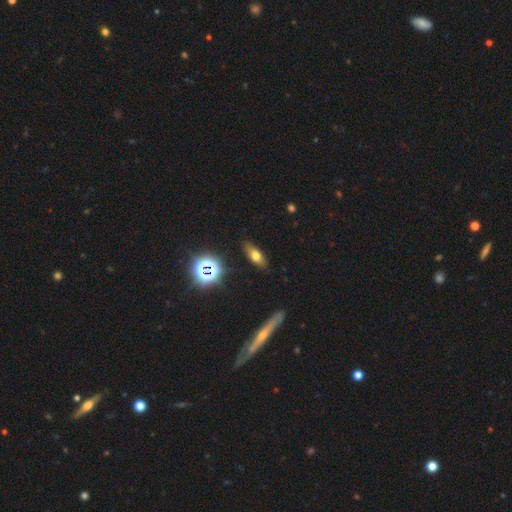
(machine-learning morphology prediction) A smooth galaxy with no disk features (60%) that is in between round and cigar-shaped (65%).

Vote fractions:
- Smooth or featured? smooth: 60% / featured or disk: 22% / star or artifact: 18%
- How rounded? in between: 65% / cigar-shaped: 27% / round: 8%
- Merging? none: 85% / minor disturbance: 10% / major disturbance: 3% / merger: 2%